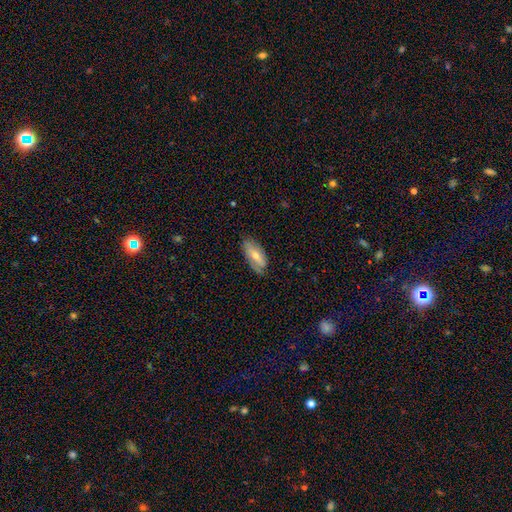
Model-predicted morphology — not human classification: Smooth or featured? Predicted: featured or disk (p=0.49). Merging? Predicted: none (p=0.74).